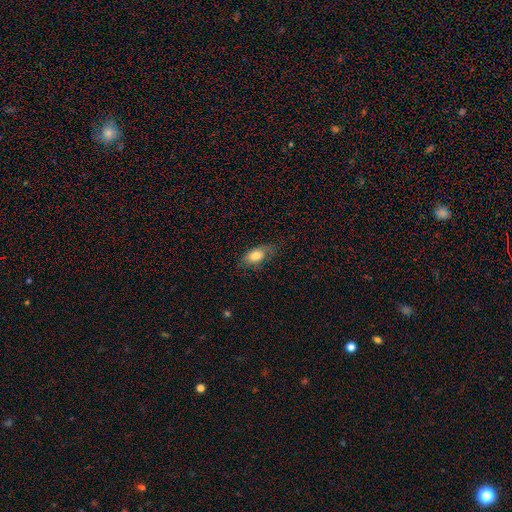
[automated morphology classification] smooth_or_featured: smooth (p=0.75) [alt: featured or disk p=0.18]
how_rounded: in between (p=0.87) [alt: cigar-shaped p=0.07]
merging: none (p=0.68) [alt: minor disturbance p=0.24]